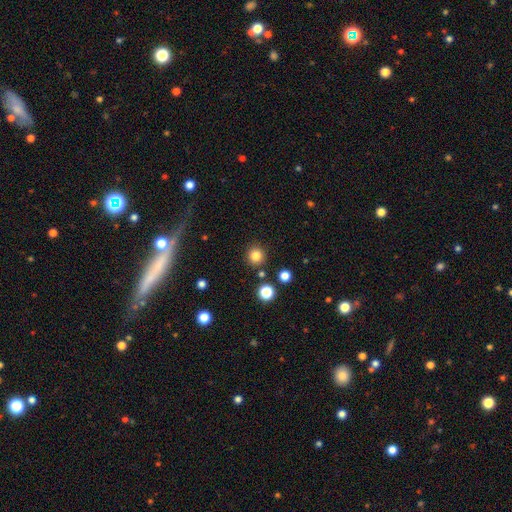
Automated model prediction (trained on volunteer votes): This appears to be a smooth galaxy with no disk features (82%) that is round (93%). Merging: none (87%).